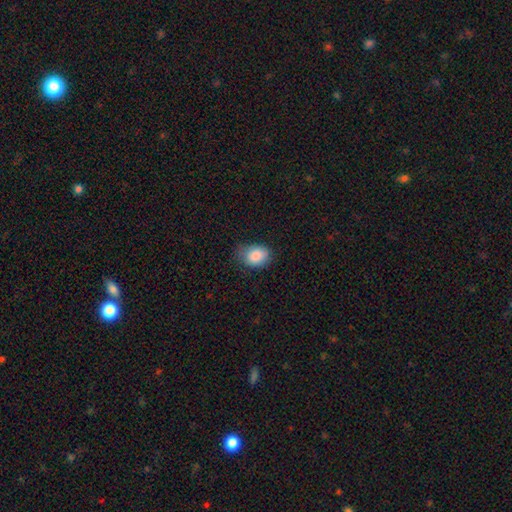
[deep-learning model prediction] A smooth galaxy with no disk features (86%) that is in between round and cigar-shaped (66%).

Vote fractions:
- Smooth or featured? smooth: 86% / star or artifact: 8% / featured or disk: 6%
- How rounded? in between: 66% / round: 33% / cigar-shaped: 1%
- Merging? none: 63% / minor disturbance: 29% / major disturbance: 7% / merger: 1%